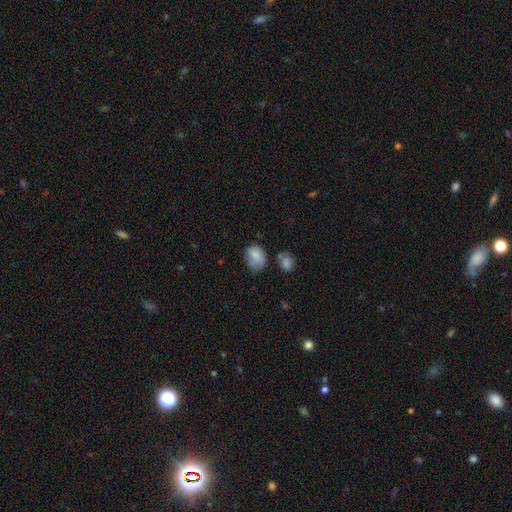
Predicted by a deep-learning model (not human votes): smooth_or_featured: smooth (p=0.80) [alt: featured or disk p=0.11]
how_rounded: in between (p=0.65) [alt: round p=0.34]
merging: none (p=0.45) [alt: minor disturbance p=0.34]